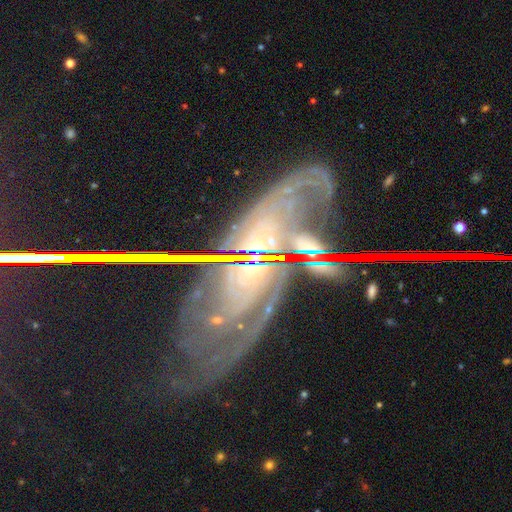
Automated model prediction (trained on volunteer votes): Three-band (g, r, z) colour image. It shows a featured or disk galaxy (82%) with no bar (55%), 2 (49%) tight (44%) spiral arms (95%) and a small central bulge (66%). Merging: none (57%).